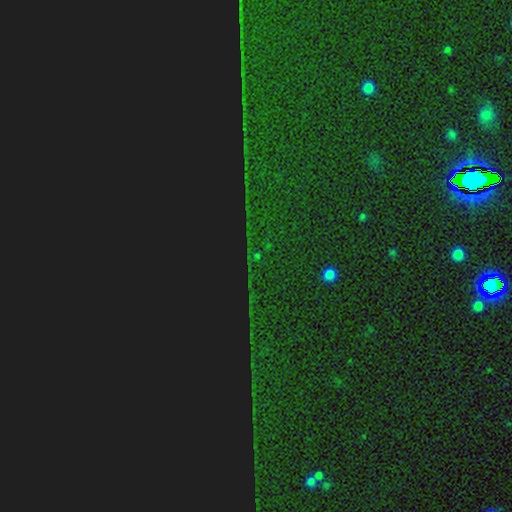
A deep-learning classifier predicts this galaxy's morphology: star or artifact 86%, smooth 8%, featured or disk 6%.